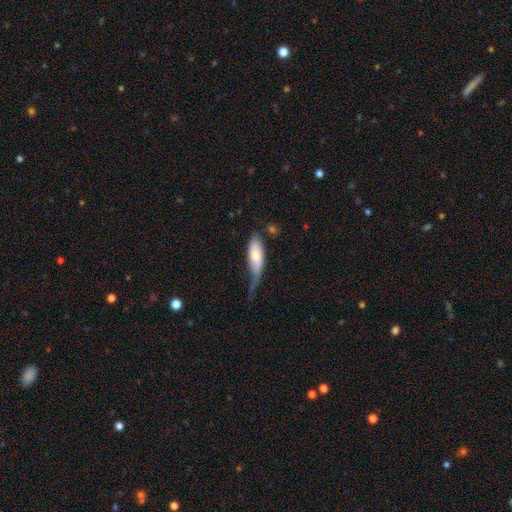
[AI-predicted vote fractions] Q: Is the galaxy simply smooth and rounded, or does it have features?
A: smooth — 71%.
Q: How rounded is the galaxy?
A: in between — 69%.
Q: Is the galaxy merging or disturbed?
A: minor disturbance — 36%.